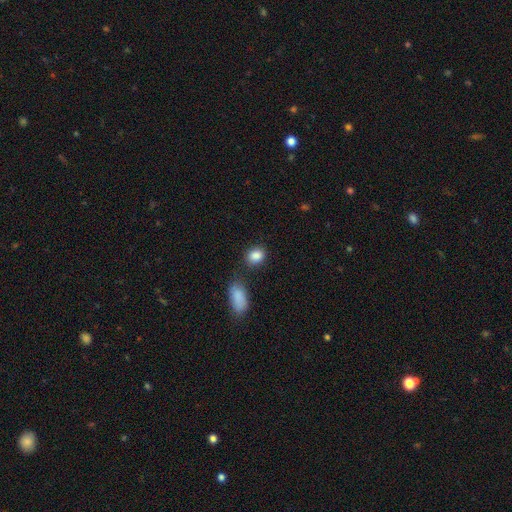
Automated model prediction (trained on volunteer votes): A smooth galaxy with no disk features (87%) that is in between round and cigar-shaped (51%). Merging: none (73%).